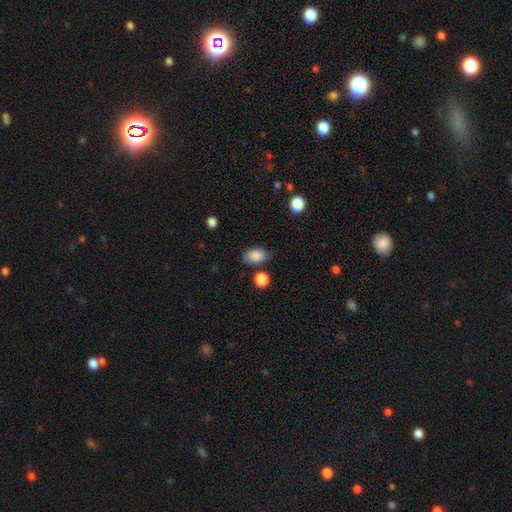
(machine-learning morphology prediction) Overall: smooth (87%). How rounded: in between (88%). Merging: none (75%).